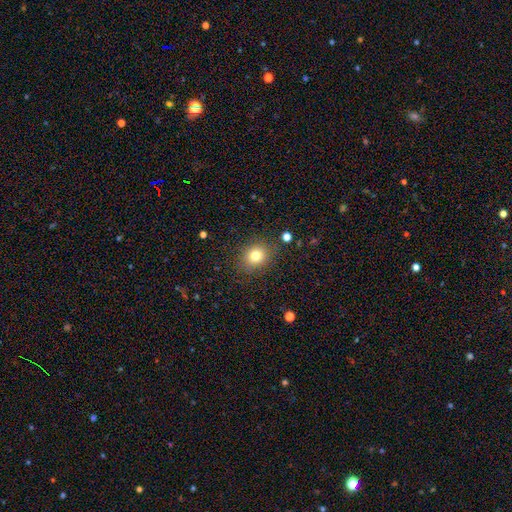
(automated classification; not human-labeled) Morphology: type=smooth (78%); roundness=round (71%); merging=none (86%).